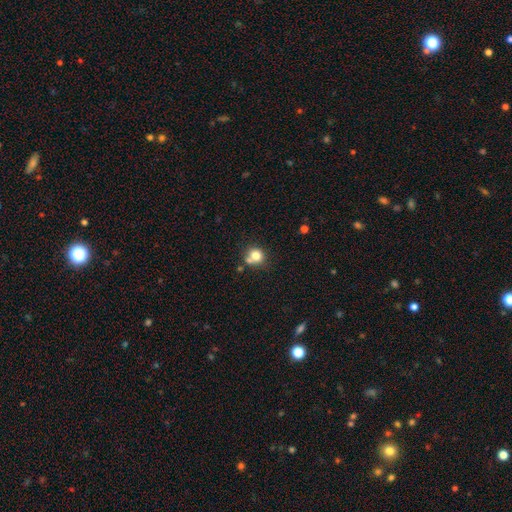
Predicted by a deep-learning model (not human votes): smooth_or_featured: smooth (p=0.78) [alt: star or artifact p=0.12]
how_rounded: round (p=0.82) [alt: in between p=0.17]
merging: none (p=0.58) [alt: merger p=0.24]